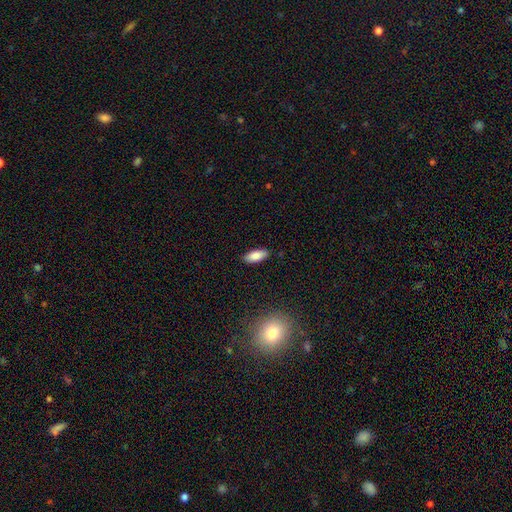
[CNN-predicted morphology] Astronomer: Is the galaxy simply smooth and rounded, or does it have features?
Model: smooth — 85%.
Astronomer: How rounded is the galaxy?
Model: in between — 82%.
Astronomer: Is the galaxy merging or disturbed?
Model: none — 88%.